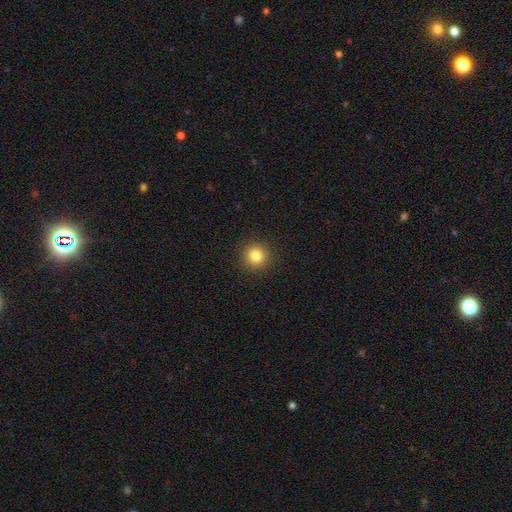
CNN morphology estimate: This appears to be a smooth galaxy with no disk features (82%) that is round (94%). Merging: none (92%).